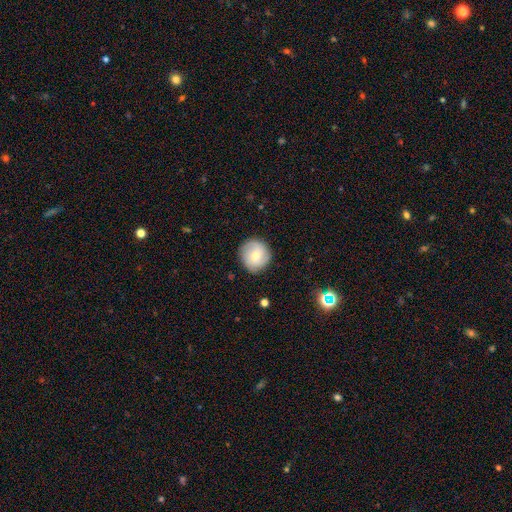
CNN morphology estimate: This is possibly a smooth galaxy (56%). How rounded: clearly round (93%). Merging: clearly none (86%).